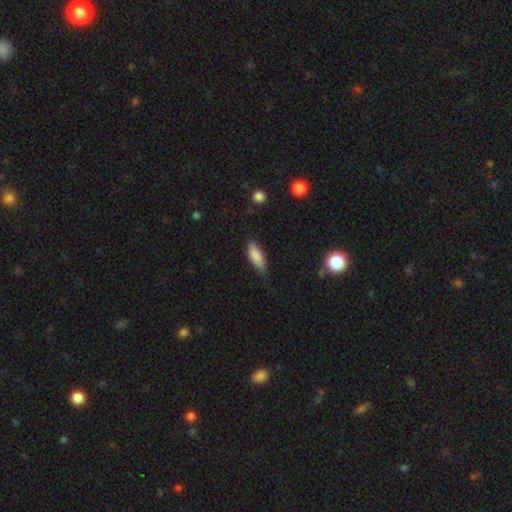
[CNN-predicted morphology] Smooth or featured?
  - smooth: 83% *
  - featured or disk: 10%
  - star or artifact: 7%
How rounded?
  - in between: 69% *
  - cigar-shaped: 29%
  - round: 2%
Merging?
  - none: 61% *
  - minor disturbance: 31%
  - major disturbance: 6%
  - merger: 2%